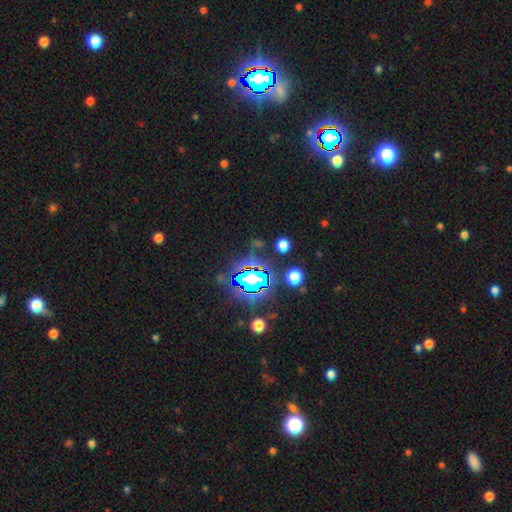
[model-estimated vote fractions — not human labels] Q: Smooth or featured?
A: star or artifact (83%); runner-up: smooth (10%)